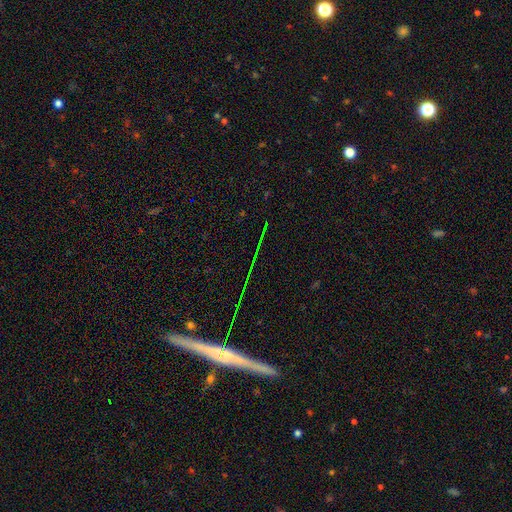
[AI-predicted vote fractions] Overall: star or artifact (80%).